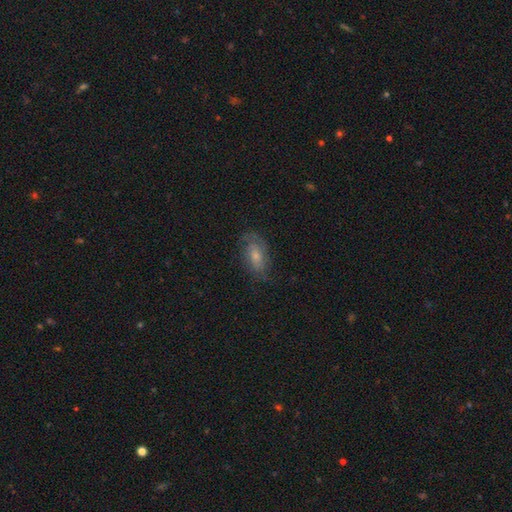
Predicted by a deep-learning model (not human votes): Overall: featured or disk (47%; smooth 43%). Merging: none (69%).